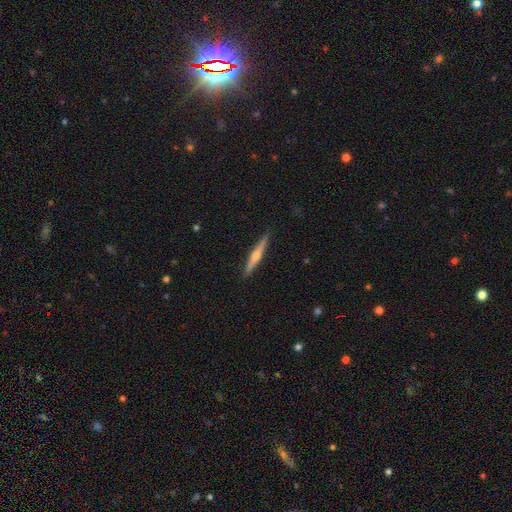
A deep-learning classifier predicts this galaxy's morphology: smooth-or-featured: featured or disk: 65% | smooth: 29% | star or artifact: 6%
  disk-edge-on: yes: 98% | no: 2%
    edge-on-bulge: rounded: 86% | none: 9% | boxy: 5%
  merging: none: 91% | minor disturbance: 7% | major disturbance: 1% | merger: 1%